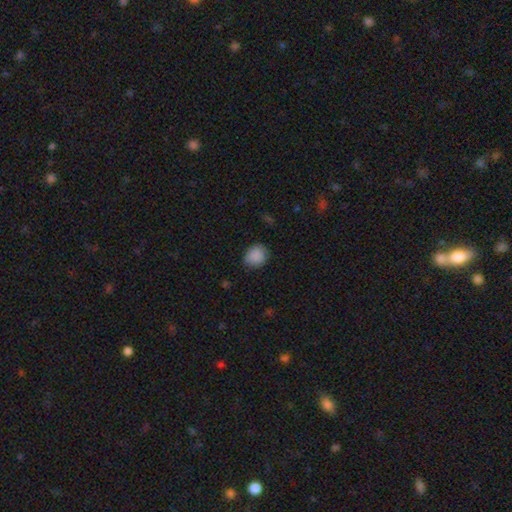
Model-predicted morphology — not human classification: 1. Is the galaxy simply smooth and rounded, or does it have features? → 88% smooth, 8% star or artifact, 3% featured or disk.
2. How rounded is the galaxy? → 63% round, 36% in between, 1% cigar-shaped.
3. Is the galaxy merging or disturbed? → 80% none, 16% minor disturbance, 3% major disturbance, 1% merger.